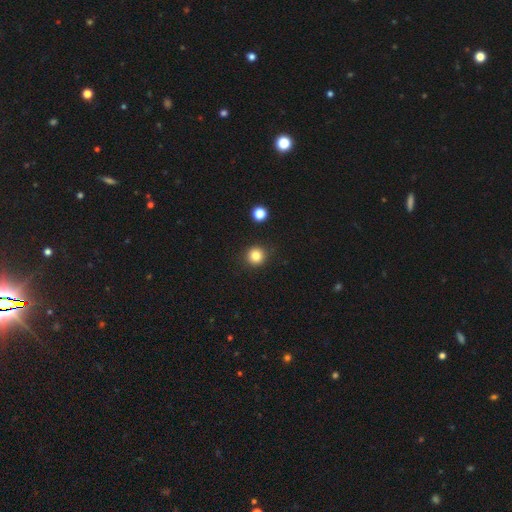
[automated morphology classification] smooth-or-featured: smooth: 83% | star or artifact: 12% | featured or disk: 5%
  how-rounded: round: 94% | in between: 5% | cigar-shaped: 1%
  merging: none: 91% | minor disturbance: 6% | major disturbance: 2% | merger: 2%